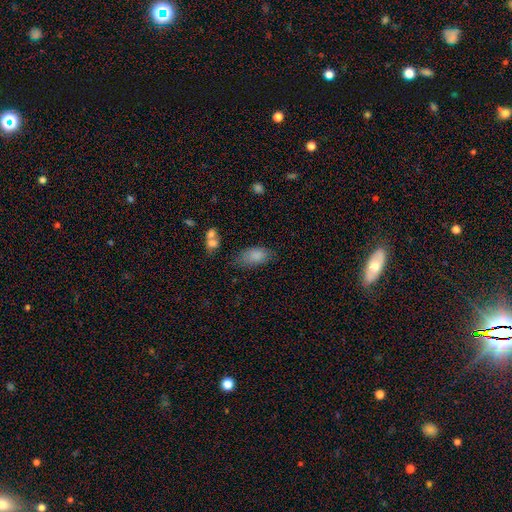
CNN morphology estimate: smooth 84%, star or artifact 8%, featured or disk 8%. Down the decision tree: how rounded — in between (91%); merging — none (63%).